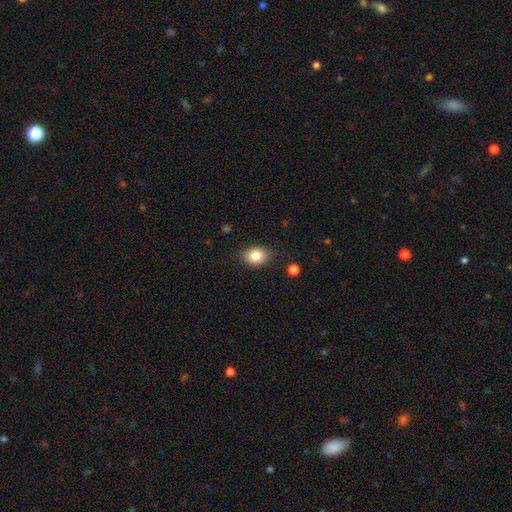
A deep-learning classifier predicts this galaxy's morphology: type=smooth (85%); roundness=in between (69%); merging=none (83%).